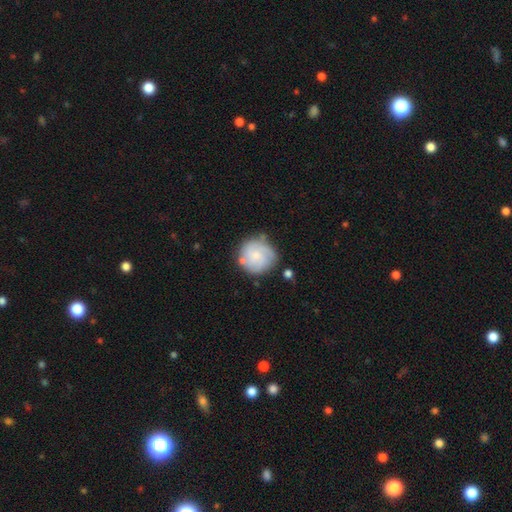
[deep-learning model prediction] Smooth or featured: smooth — 53% (featured or disk — 40%)
How rounded: round — 91% (in between — 8%)
Merging: none — 68% (minor disturbance — 19%)